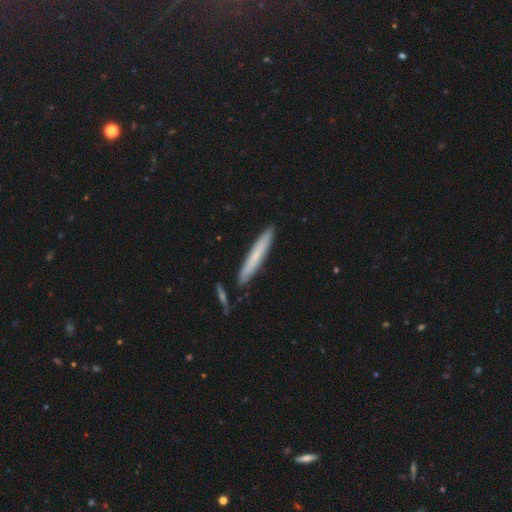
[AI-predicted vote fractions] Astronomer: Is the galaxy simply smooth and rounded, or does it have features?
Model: smooth — 57% (runner-up: featured or disk, 36%).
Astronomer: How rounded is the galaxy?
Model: cigar-shaped — 95%.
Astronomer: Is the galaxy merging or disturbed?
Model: none — 84%.